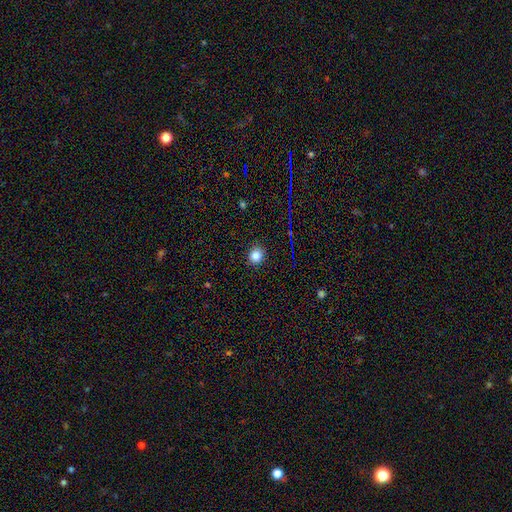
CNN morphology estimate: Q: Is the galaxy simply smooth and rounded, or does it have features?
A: smooth — 82%.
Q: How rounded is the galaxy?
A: round — 82%.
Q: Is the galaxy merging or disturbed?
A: none — 90%.